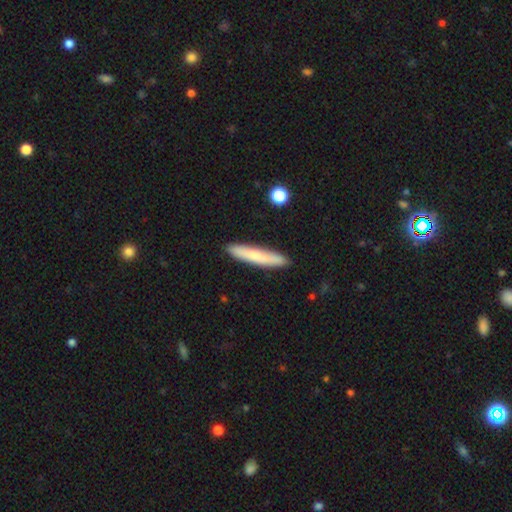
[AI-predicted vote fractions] This appears to be a smooth galaxy with no disk features (71%) that is cigar-shaped (91%). Merging: none (89%).